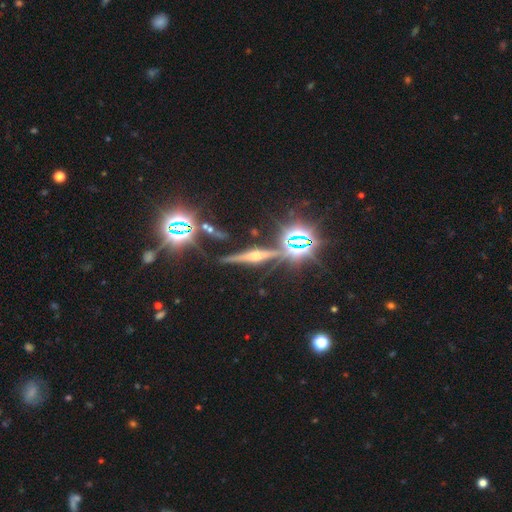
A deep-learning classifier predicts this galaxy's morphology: This is likely a featured or disk galaxy (66%). It is clearly viewed edge-on (95%). Edge-on bulge: clearly rounded (92%). Merging: clearly none (84%).